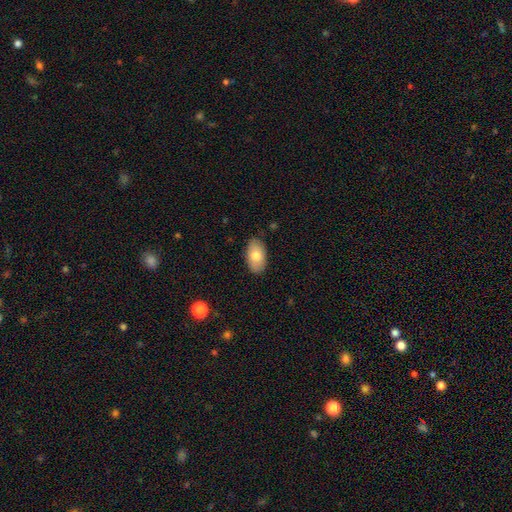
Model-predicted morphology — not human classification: This appears to be a smooth galaxy with no disk features (77%) that is in between round and cigar-shaped (94%). Merging: none (86%).